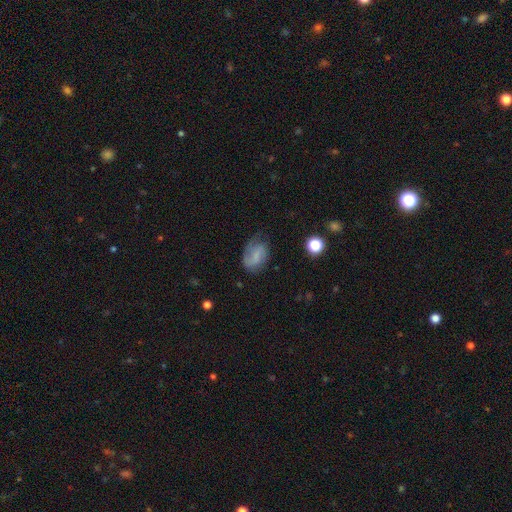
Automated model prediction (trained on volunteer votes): Overall: smooth (47%; featured or disk 43%). Merging: none (53%; minor disturbance 28%).